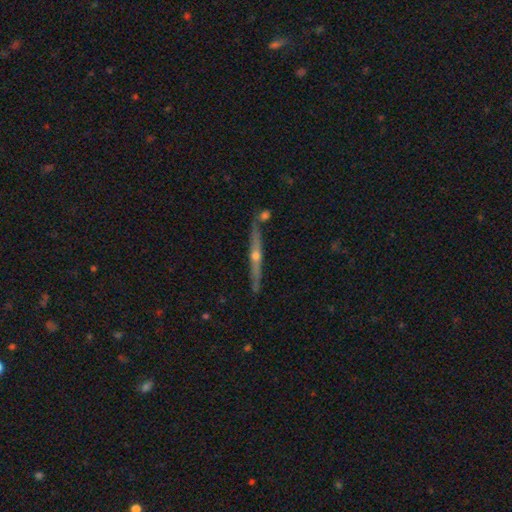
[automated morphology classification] smooth_or_featured: featured or disk (p=0.82) [alt: smooth p=0.11]
disk_edge_on: yes (p=0.98) [alt: no p=0.02]
edge_on_bulge: rounded (p=0.90) [alt: none p=0.08]
merging: none (p=0.85) [alt: minor disturbance p=0.09]